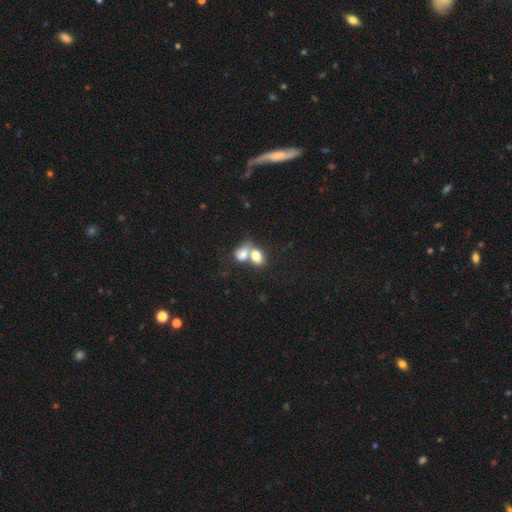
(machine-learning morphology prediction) smooth_or_featured: smooth (p=0.76) [alt: featured or disk p=0.15]
how_rounded: in between (p=0.79) [alt: round p=0.19]
merging: merger (p=0.68) [alt: none p=0.21]